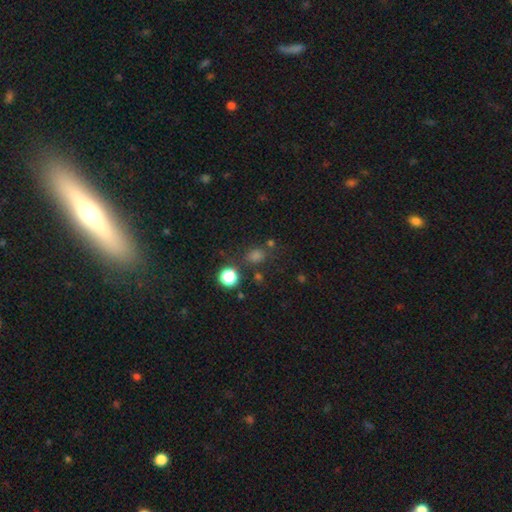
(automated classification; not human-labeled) A smooth galaxy with no disk features (64%) that is round (70%). Merging: none (75%).